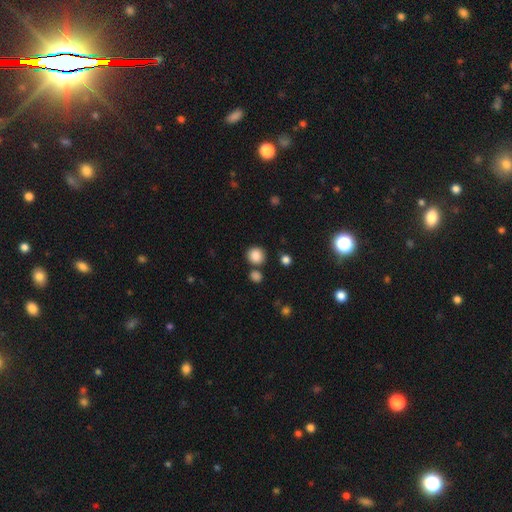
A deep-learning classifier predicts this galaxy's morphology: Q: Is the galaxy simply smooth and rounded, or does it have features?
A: smooth — 86%.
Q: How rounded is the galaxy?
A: round — 87%.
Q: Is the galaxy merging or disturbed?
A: none — 76%.